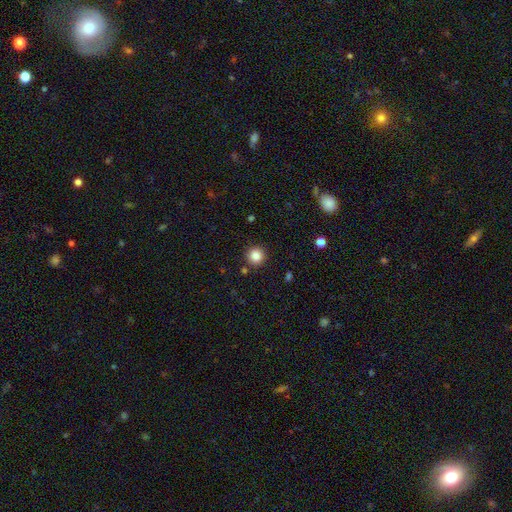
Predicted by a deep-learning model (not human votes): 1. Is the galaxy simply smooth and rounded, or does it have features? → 85% smooth, 11% star or artifact, 5% featured or disk.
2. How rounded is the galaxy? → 95% round, 4% in between, 1% cigar-shaped.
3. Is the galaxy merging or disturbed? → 90% none, 6% minor disturbance, 2% merger, 2% major disturbance.